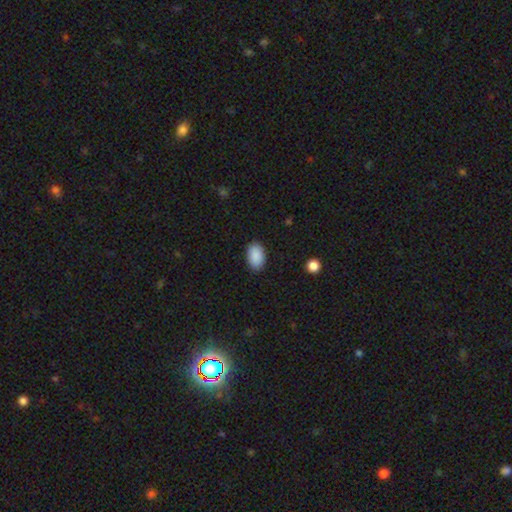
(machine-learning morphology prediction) Smooth or featured: smooth — 91% (star or artifact — 6%)
How rounded: in between — 93% (round — 6%)
Merging: none — 88% (minor disturbance — 9%)